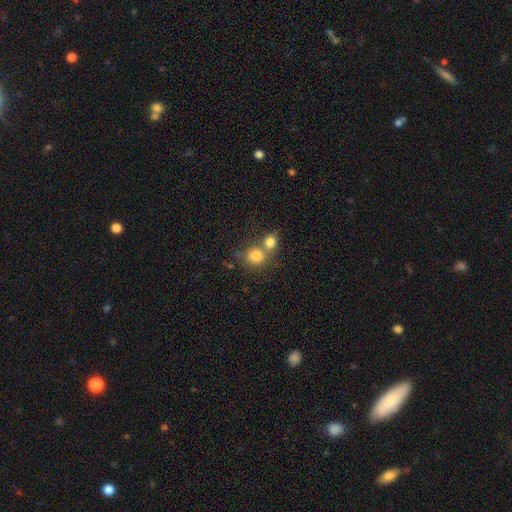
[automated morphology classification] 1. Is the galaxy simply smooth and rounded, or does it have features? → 81% smooth, 10% star or artifact, 8% featured or disk.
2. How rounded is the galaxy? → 78% round, 21% in between, 1% cigar-shaped.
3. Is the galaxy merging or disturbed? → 48% merger, 40% none, 8% minor disturbance, 4% major disturbance.